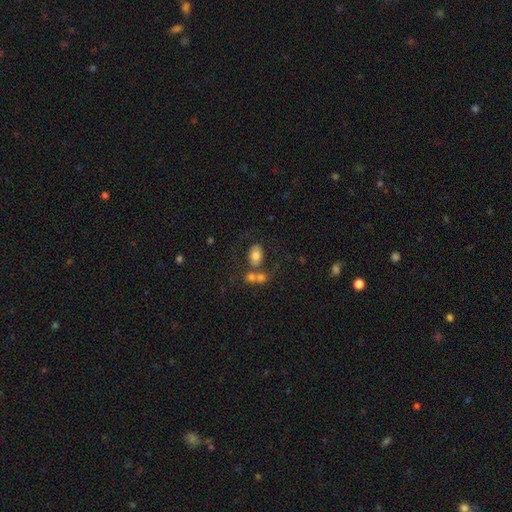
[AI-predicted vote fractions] A smooth galaxy with no disk features (74%) that is in between round and cigar-shaped (78%). Merging: none (51%).